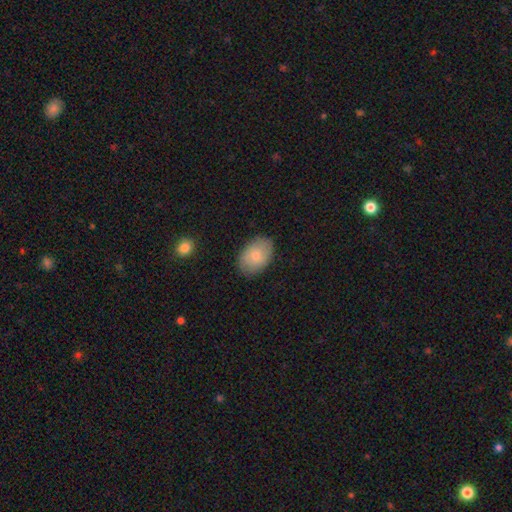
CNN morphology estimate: A smooth galaxy with no disk features (77%) that is in between round and cigar-shaped (84%). Merging: none (85%).